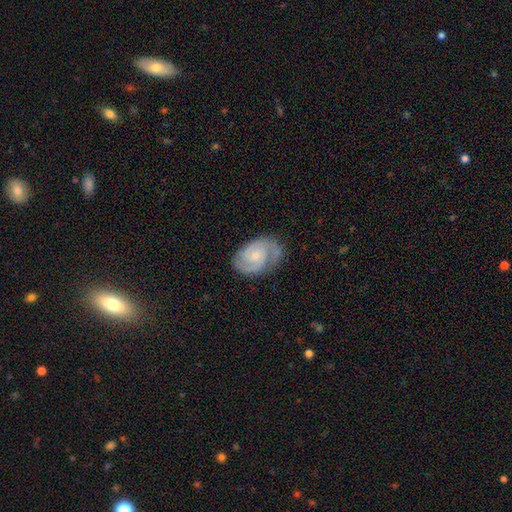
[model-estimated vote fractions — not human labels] This is clearly a featured or disk galaxy (88%). It is clearly not viewed edge-on (98%). Bar: likely no (62%). Spiral arm pattern: clearly yes (98%). Spiral arm count: clearly 2 (84%). Spiral winding: possibly tight (53%). Central bulge: possibly small (58%). Merging: likely none (79%).